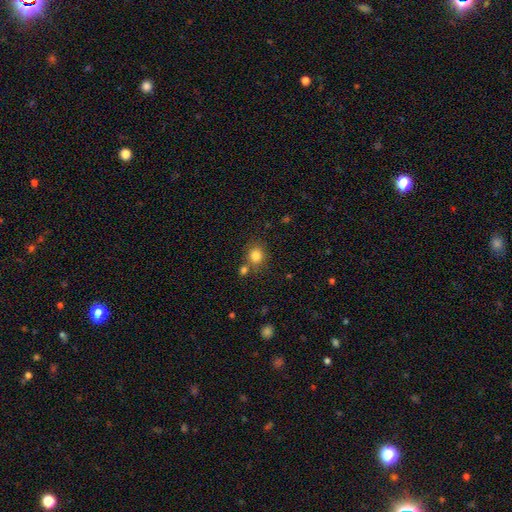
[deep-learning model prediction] Morphology: type=smooth (82%); roundness=round (80%); merging=none (70%).